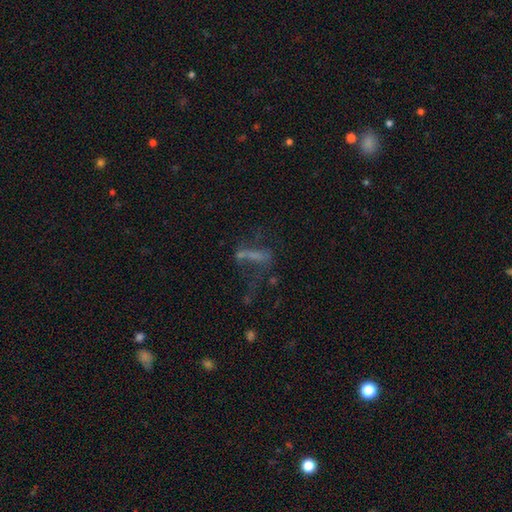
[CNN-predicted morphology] smooth-or-featured: featured or disk: 40% | smooth: 37% | star or artifact: 23%
  merging: major disturbance: 38% | none: 32% | merger: 15% | minor disturbance: 15%